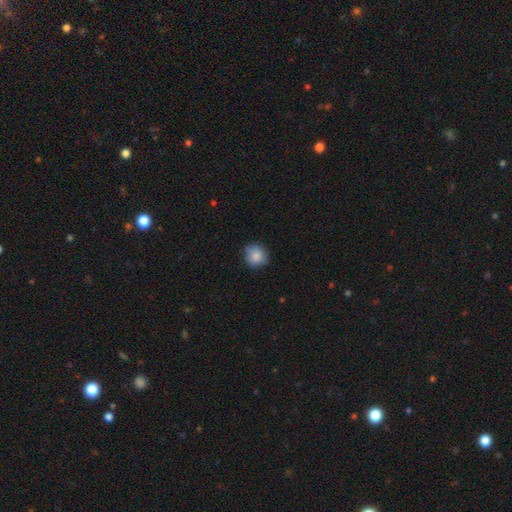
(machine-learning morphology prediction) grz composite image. It shows a smooth galaxy with no disk features (87%) that is round (87%). Merging: none (81%).